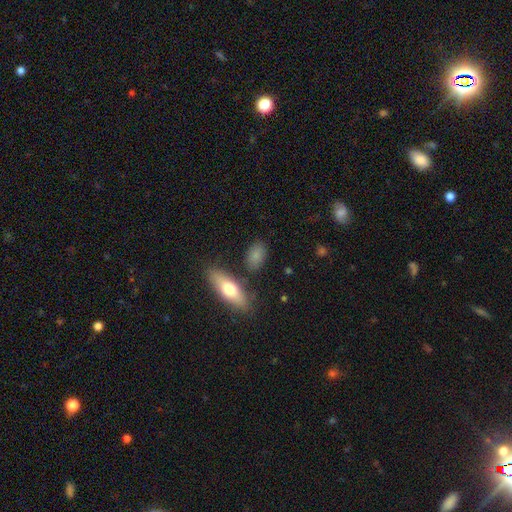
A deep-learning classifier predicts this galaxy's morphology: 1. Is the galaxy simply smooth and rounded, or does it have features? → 82% smooth, 10% featured or disk, 8% star or artifact.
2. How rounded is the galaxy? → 85% in between, 9% round, 6% cigar-shaped.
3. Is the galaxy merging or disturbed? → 78% none, 13% minor disturbance, 5% merger, 4% major disturbance.